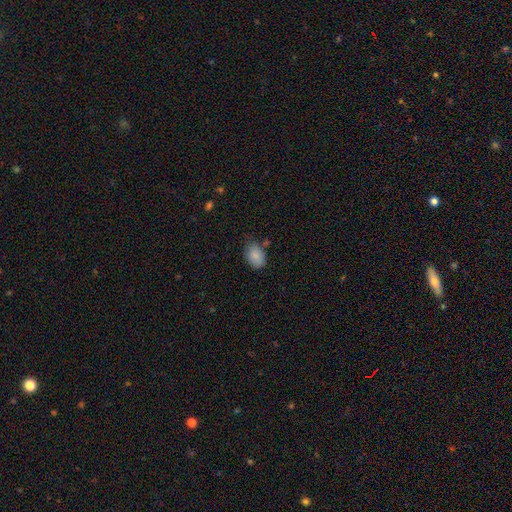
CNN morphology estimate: Overall: smooth (86%). How rounded: in between (79%). Merging: none (63%; minor disturbance 27%).